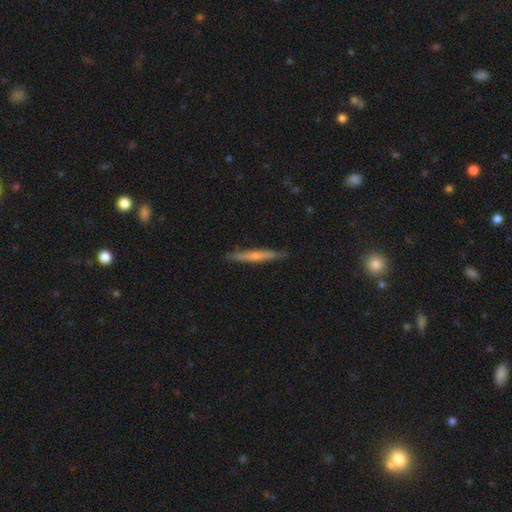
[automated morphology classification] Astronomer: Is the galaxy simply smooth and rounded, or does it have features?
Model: smooth — 51% (runner-up: featured or disk, 44%).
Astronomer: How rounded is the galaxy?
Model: cigar-shaped — 95%.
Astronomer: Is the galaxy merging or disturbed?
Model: none — 88%.